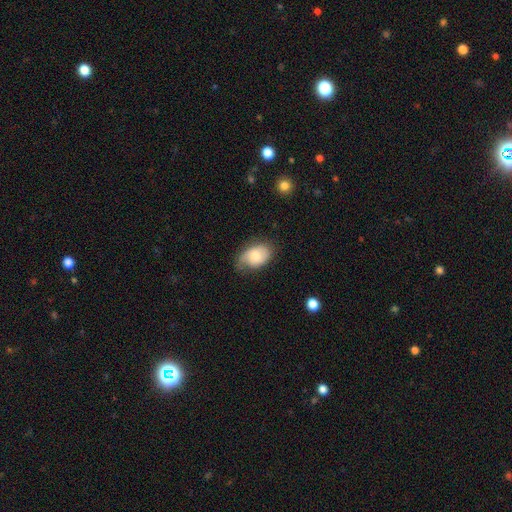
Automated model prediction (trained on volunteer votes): smooth-or-featured: smooth: 56% | featured or disk: 37% | star or artifact: 7%
  how-rounded: in between: 85% | round: 14% | cigar-shaped: 1%
  merging: none: 54% | minor disturbance: 32% | major disturbance: 12% | merger: 2%